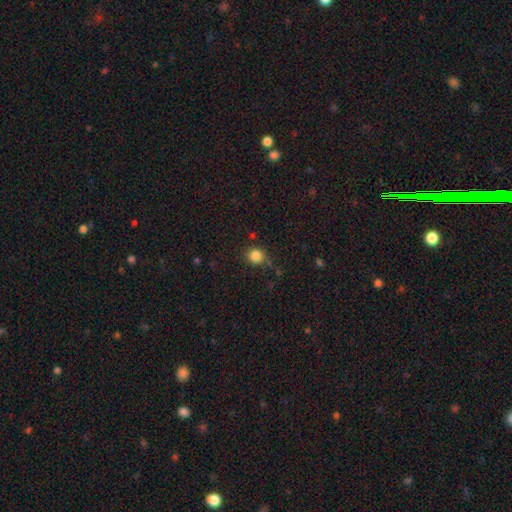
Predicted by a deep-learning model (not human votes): Smooth or featured: smooth — 84% (star or artifact — 12%)
How rounded: round — 90% (in between — 9%)
Merging: none — 79% (minor disturbance — 13%)